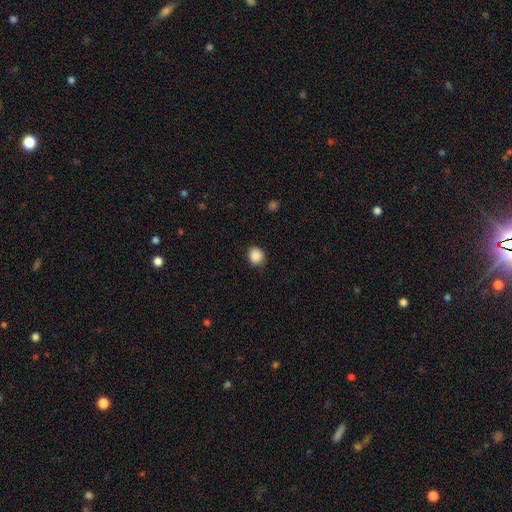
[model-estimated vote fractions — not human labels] Smooth or featured? Predicted: smooth (p=0.88). How rounded? Predicted: round (p=0.80). Merging? Predicted: none (p=0.86).